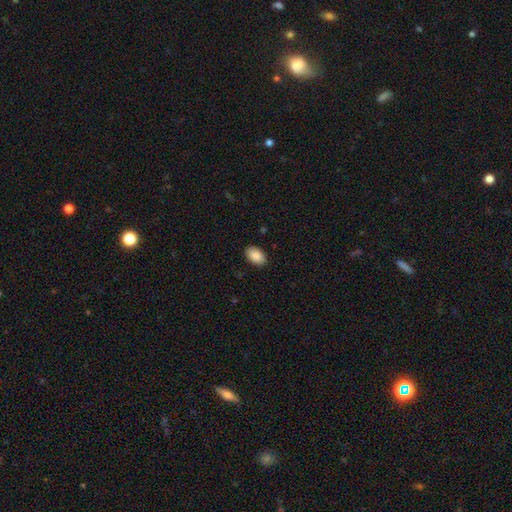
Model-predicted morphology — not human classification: Overall: smooth (89%). How rounded: in between (92%). Merging: none (90%).